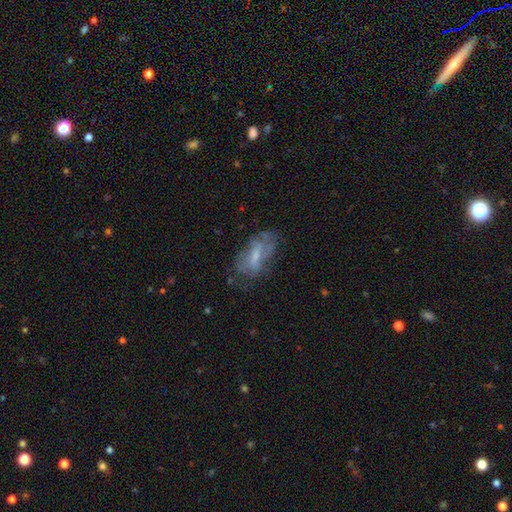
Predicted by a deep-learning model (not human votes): This appears to be a featured or disk galaxy (54%). Merging: none (51%).